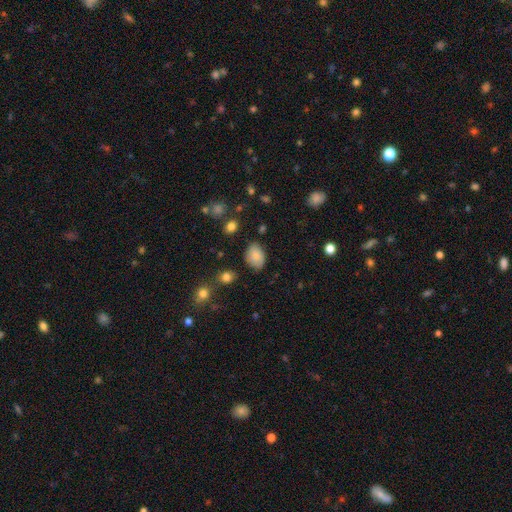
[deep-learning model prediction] This appears to be a smooth galaxy with no disk features (82%) that is in between round and cigar-shaped (80%). Merging: none (75%).